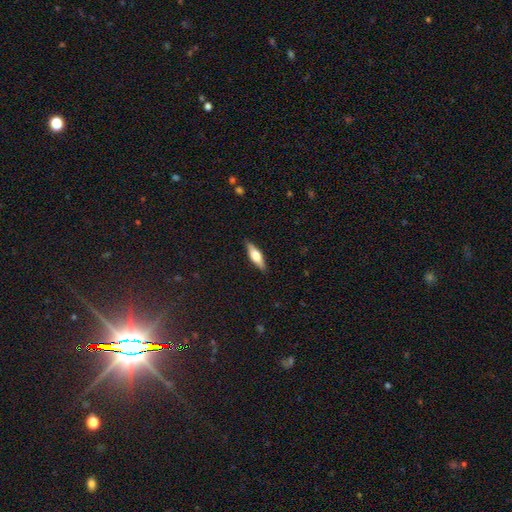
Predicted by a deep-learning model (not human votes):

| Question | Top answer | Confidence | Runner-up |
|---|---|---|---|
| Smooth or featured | featured or disk | 49% | smooth (45%) |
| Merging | none | 88% | minor disturbance (9%) |